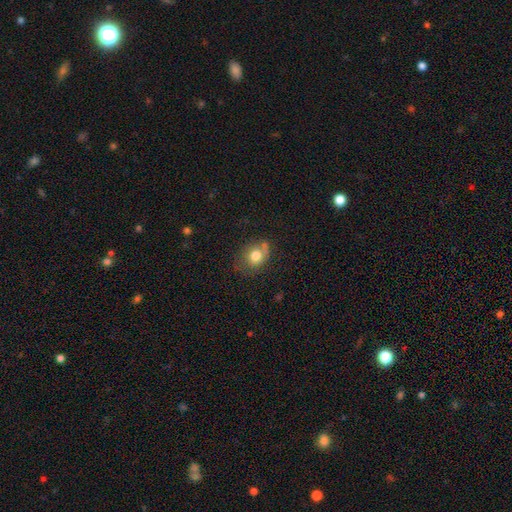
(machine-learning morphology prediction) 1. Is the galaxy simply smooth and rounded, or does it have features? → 76% smooth, 14% featured or disk, 10% star or artifact.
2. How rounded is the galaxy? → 60% round, 39% in between, 1% cigar-shaped.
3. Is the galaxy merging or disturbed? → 52% none, 28% minor disturbance, 13% major disturbance, 8% merger.